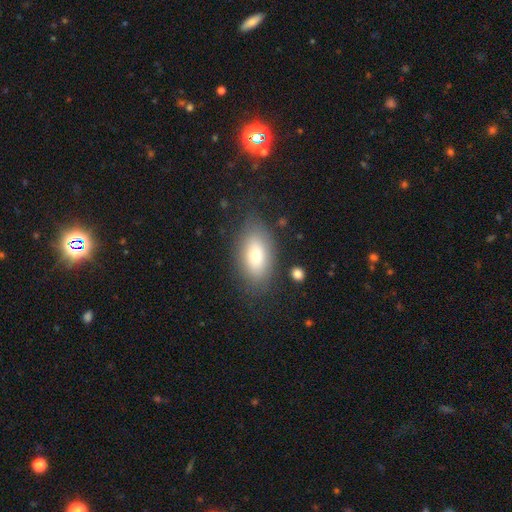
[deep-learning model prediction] A smooth galaxy with no disk features (74%) that is in between round and cigar-shaped (89%). Merging: none (76%).